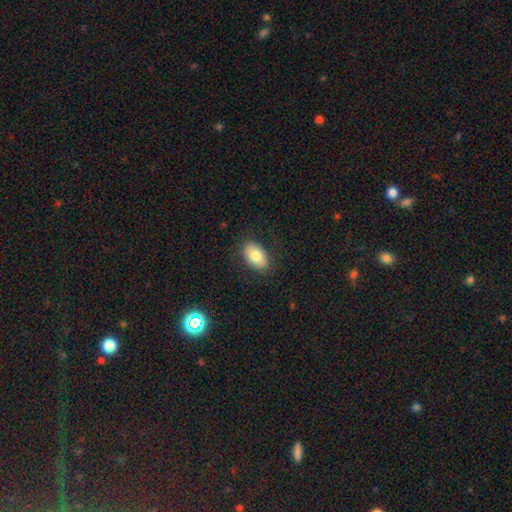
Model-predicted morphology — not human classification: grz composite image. It shows a smooth galaxy with no disk features (79%) that is in between round and cigar-shaped (92%). Merging: none (85%).